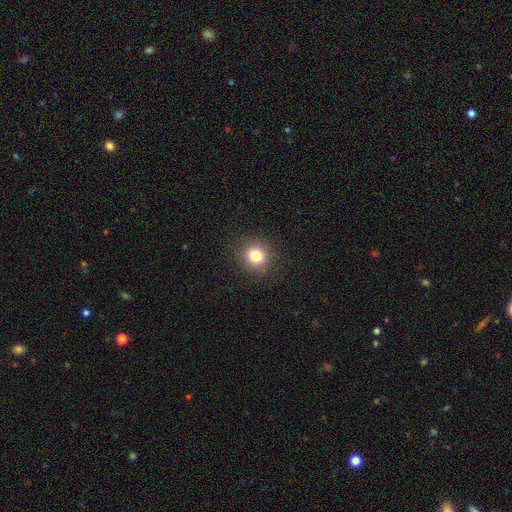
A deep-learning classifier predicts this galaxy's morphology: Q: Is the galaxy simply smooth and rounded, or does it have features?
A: smooth — 80%.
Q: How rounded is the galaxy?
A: round — 88%.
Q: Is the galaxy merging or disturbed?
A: none — 90%.